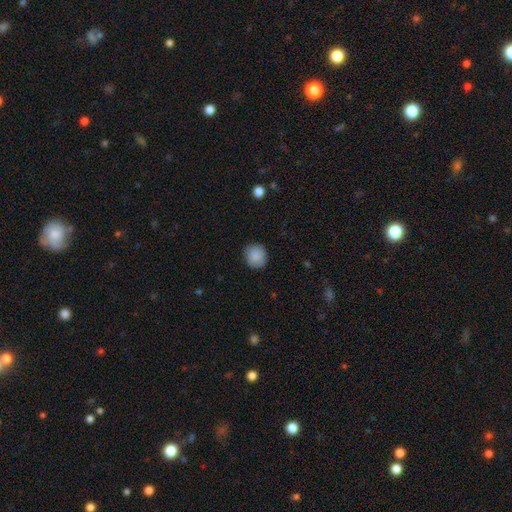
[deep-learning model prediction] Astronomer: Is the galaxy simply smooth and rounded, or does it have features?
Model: smooth — 87%.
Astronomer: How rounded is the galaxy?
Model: round — 84%.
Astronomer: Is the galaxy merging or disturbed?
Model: none — 85%.